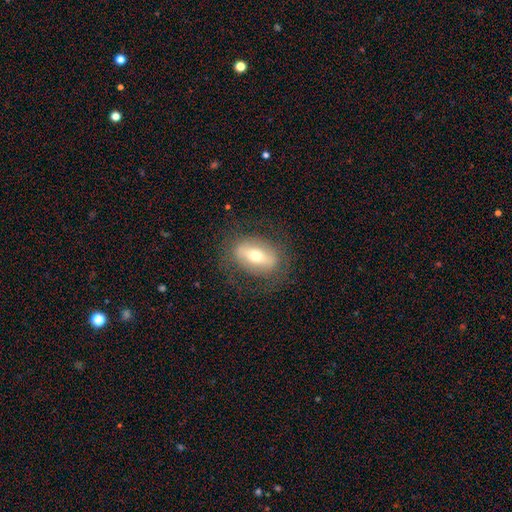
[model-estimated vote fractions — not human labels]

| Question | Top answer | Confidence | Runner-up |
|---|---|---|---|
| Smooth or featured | featured or disk | 50% | smooth (41%) |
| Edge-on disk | no | 75% | yes (25%) |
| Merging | none | 78% | minor disturbance (13%) |